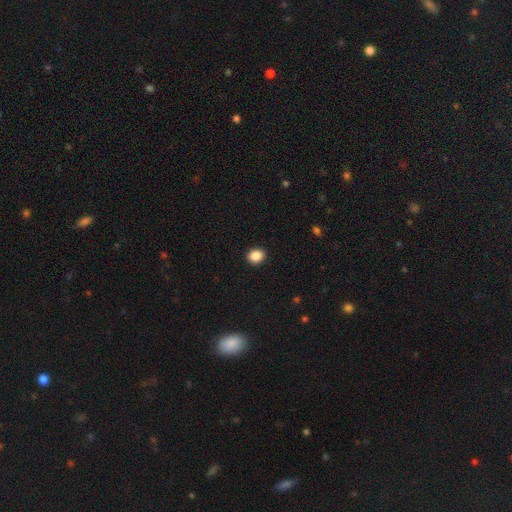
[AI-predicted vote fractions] Smooth or featured?
  - smooth: 88% *
  - star or artifact: 9%
  - featured or disk: 3%
How rounded?
  - round: 71% *
  - in between: 28%
  - cigar-shaped: 1%
Merging?
  - none: 92% *
  - minor disturbance: 5%
  - major disturbance: 2%
  - merger: 1%